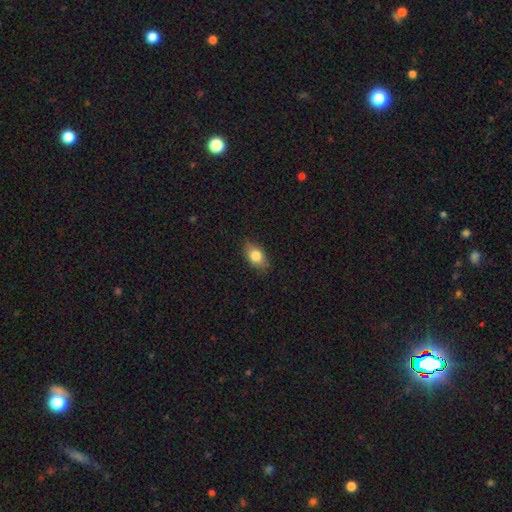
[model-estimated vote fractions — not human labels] The model was most divided on "smooth or featured": smooth: 80%, featured or disk: 12%, star or artifact: 8%. More confident: how rounded — in between (85%); merging — none (84%).